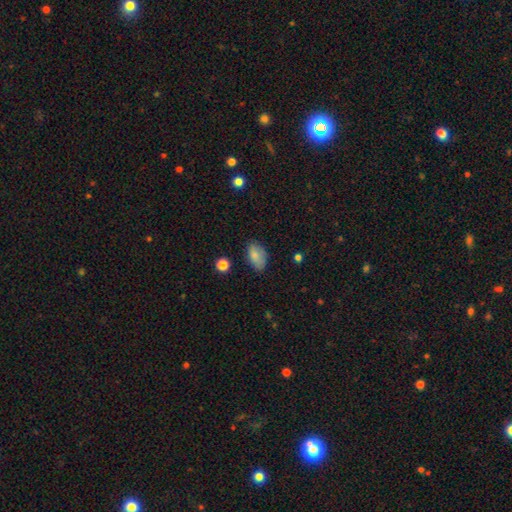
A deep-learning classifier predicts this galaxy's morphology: Smooth or featured: smooth — 84% (featured or disk — 8%)
How rounded: in between — 92% (round — 6%)
Merging: none — 74% (minor disturbance — 20%)